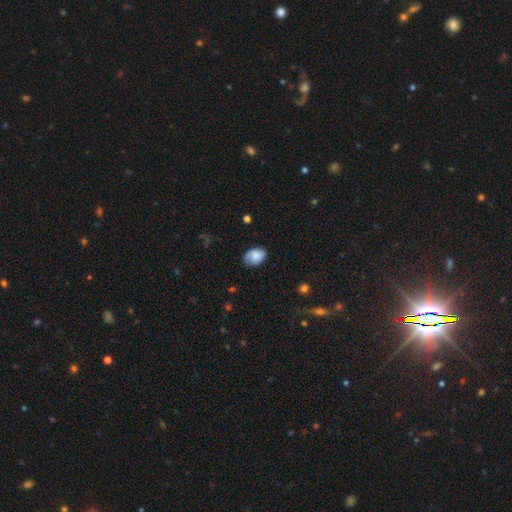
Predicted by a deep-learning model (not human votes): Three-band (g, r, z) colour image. It shows a smooth galaxy with no disk features (77%) that is in between round and cigar-shaped (77%). Merging: none (68%).